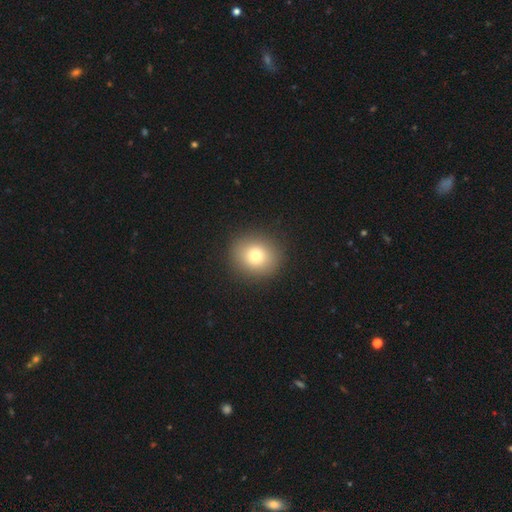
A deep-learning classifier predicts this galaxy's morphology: A smooth galaxy with no disk features (77%) that is round (82%).

Vote fractions:
- Smooth or featured? smooth: 77% / star or artifact: 12% / featured or disk: 11%
- How rounded? round: 82% / in between: 17% / cigar-shaped: 1%
- Merging? none: 91% / minor disturbance: 6% / major disturbance: 2% / merger: 1%